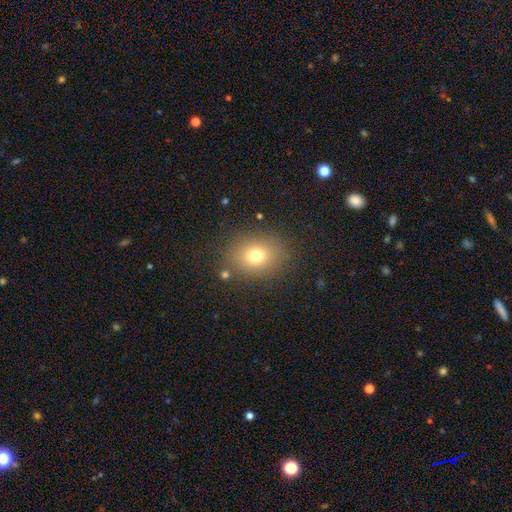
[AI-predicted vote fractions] Smooth or featured?
  - smooth: 73% *
  - star or artifact: 15%
  - featured or disk: 12%
How rounded?
  - round: 53% *
  - in between: 46%
  - cigar-shaped: 1%
Merging?
  - none: 84% *
  - minor disturbance: 10%
  - major disturbance: 4%
  - merger: 3%